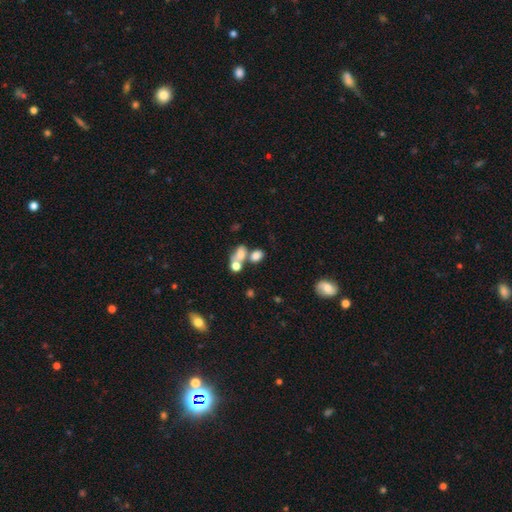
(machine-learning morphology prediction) Overall: smooth (73%). How rounded: in between (68%; round 30%). Merging: merger (49%; none 33%).